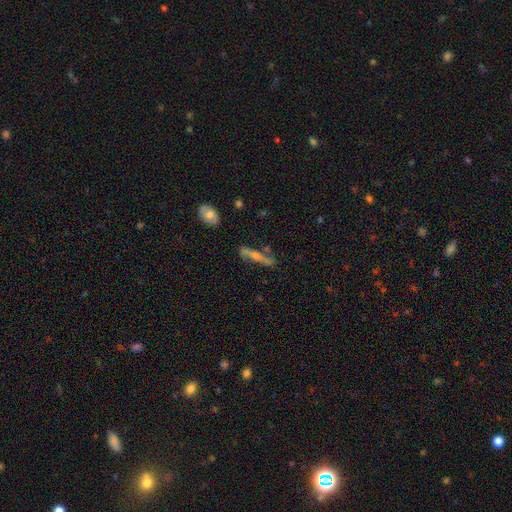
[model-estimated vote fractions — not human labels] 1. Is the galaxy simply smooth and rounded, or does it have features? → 59% featured or disk, 30% smooth, 11% star or artifact.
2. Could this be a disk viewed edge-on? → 79% yes, 21% no.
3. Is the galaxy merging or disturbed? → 71% none, 17% minor disturbance, 6% merger, 6% major disturbance.